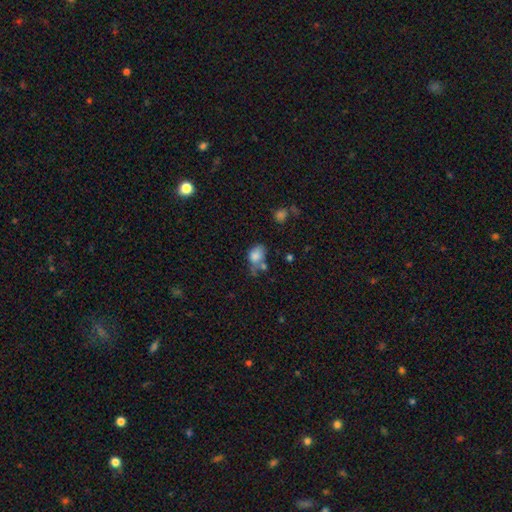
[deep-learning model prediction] Smooth or featured? Predicted: smooth (p=0.78). How rounded? Predicted: in between (p=0.70). Merging? Predicted: none (p=0.36).